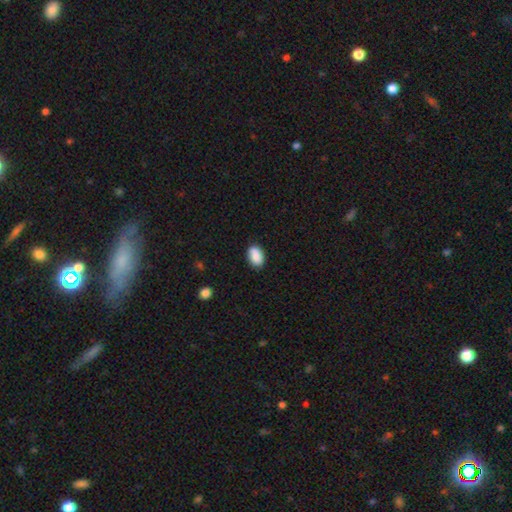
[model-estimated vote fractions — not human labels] smooth 86%, star or artifact 8%, featured or disk 7%. Down the decision tree: how rounded — in between (87%); merging — none (79%).